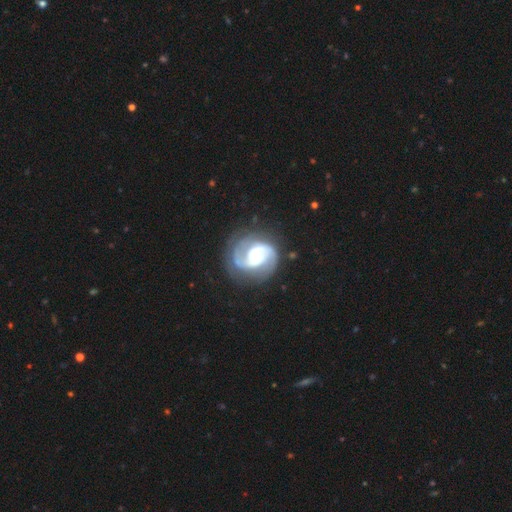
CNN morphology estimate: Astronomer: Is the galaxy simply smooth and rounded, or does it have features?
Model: featured or disk — 90%.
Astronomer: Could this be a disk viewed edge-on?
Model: no — 98%.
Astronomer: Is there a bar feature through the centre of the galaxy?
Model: weak — 46% (runner-up: no, 33%).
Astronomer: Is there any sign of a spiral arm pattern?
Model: yes — 97%.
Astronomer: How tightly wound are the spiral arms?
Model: medium — 54%.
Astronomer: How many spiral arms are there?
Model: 2 — 90%.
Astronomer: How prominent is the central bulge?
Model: moderate — 63%.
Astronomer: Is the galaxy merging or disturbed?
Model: none — 77%.